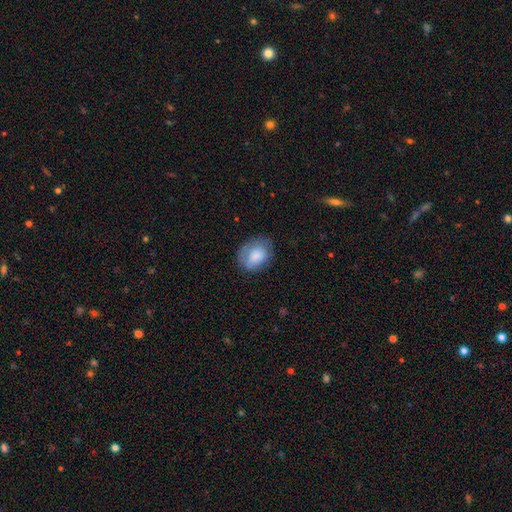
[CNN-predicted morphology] The model was most divided on "how rounded": in between: 63%, round: 36%, cigar-shaped: 1%. More confident: smooth or featured — smooth (75%); merging — none (68%).